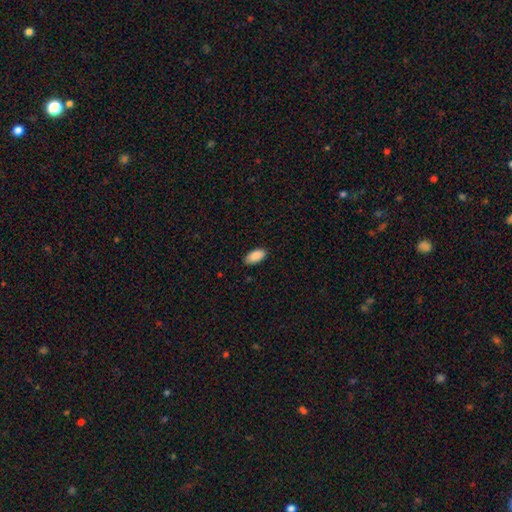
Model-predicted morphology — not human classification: smooth_or_featured: smooth (p=0.90) [alt: star or artifact p=0.07]
how_rounded: in between (p=0.94) [alt: cigar-shaped p=0.04]
merging: none (p=0.87) [alt: minor disturbance p=0.10]